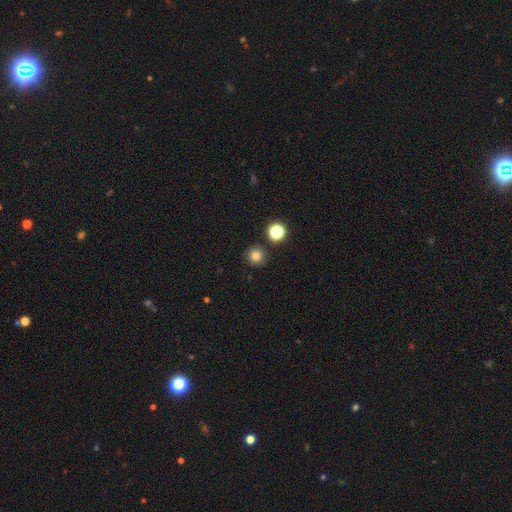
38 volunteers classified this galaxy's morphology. A smooth galaxy with no disk features (87%) that is round (94%). Merging: none (91%).